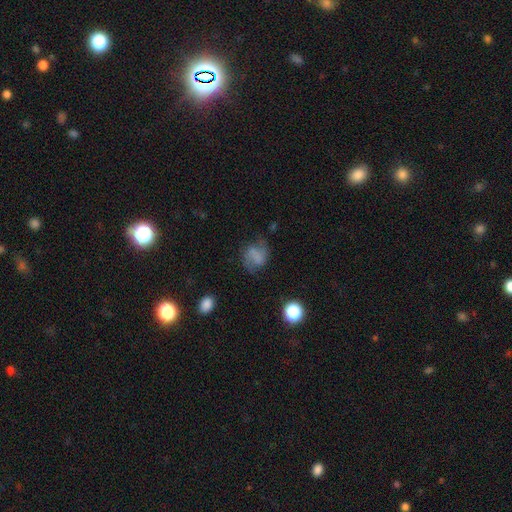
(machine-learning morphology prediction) Q: Smooth or featured?
A: smooth (56%); runner-up: featured or disk (31%)
Q: How rounded?
A: round (51%); runner-up: in between (48%)
Q: Merging?
A: none (58%); runner-up: minor disturbance (24%)